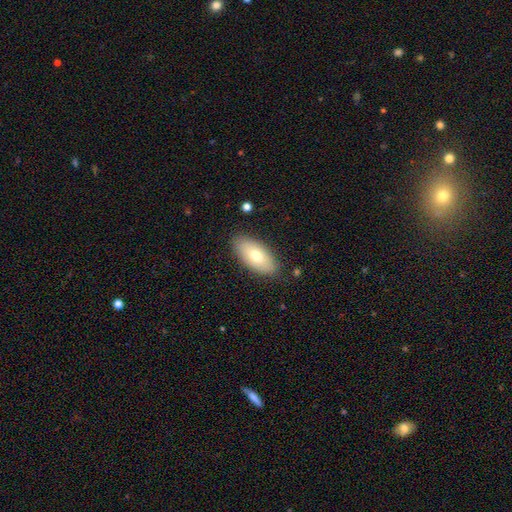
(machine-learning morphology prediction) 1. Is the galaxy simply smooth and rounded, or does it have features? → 72% smooth, 21% featured or disk, 6% star or artifact.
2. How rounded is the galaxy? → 92% in between, 6% cigar-shaped, 2% round.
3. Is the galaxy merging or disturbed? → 86% none, 11% minor disturbance, 2% major disturbance, 1% merger.